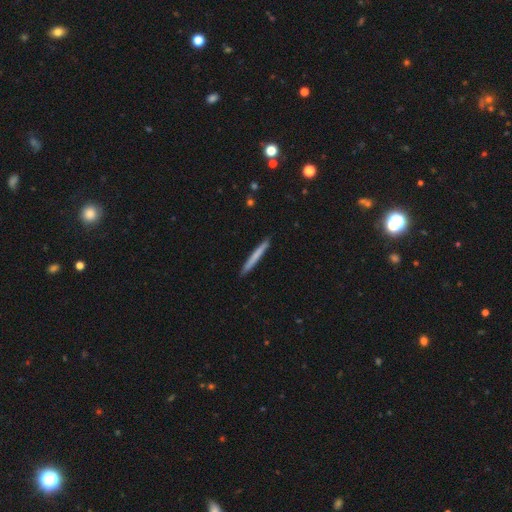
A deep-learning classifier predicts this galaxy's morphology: A smooth galaxy with no disk features (68%) that is cigar-shaped (97%). Merging: none (92%).